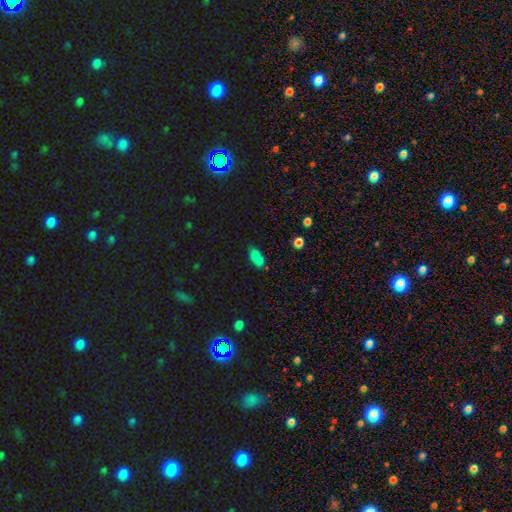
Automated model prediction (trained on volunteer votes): Smooth or featured? Predicted: smooth (p=0.76). How rounded? Predicted: in between (p=0.83). Merging? Predicted: none (p=0.67).